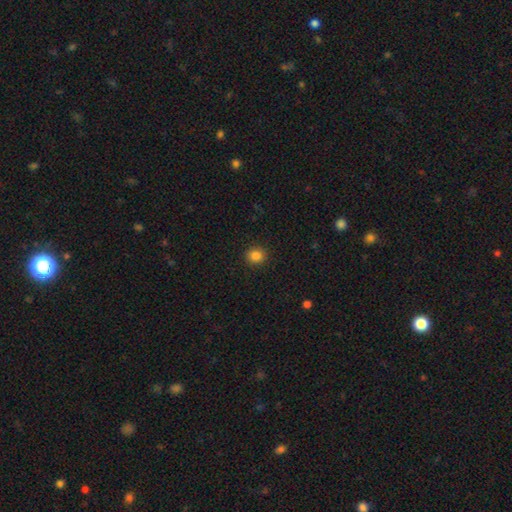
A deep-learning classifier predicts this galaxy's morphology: smooth_or_featured: smooth (p=0.85) [alt: star or artifact p=0.11]
how_rounded: round (p=0.83) [alt: in between p=0.16]
merging: none (p=0.91) [alt: minor disturbance p=0.06]